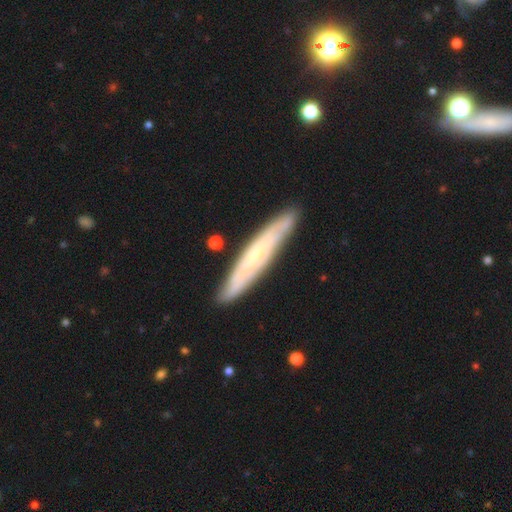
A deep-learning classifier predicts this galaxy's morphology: This appears to be a featured or disk galaxy (58%) viewed edge-on (68%). Merging: none (86%).